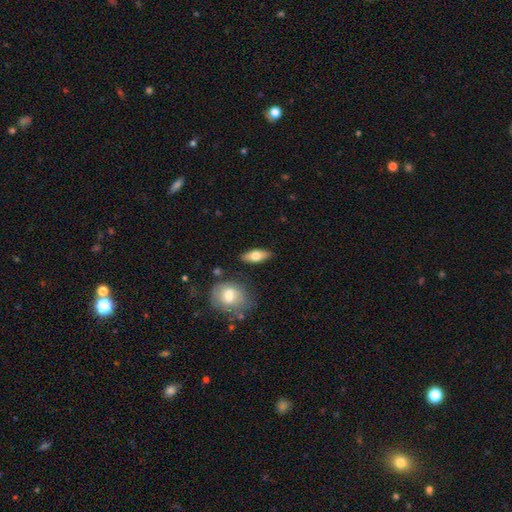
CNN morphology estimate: This appears to be a smooth galaxy with no disk features (67%) that is in between round and cigar-shaped (75%). Merging: none (84%).